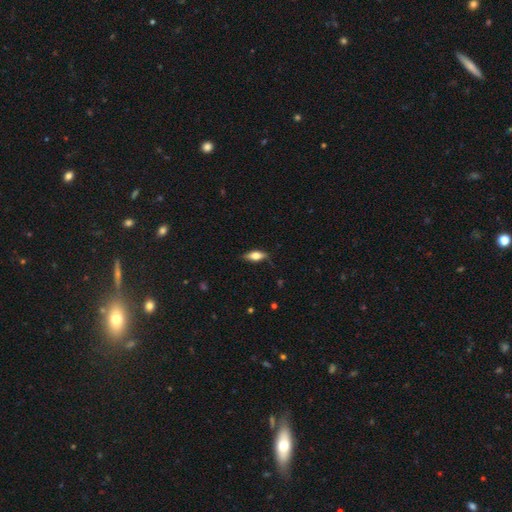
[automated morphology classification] Smooth or featured? Predicted: smooth (p=0.59). How rounded? Predicted: in between (p=0.71). Merging? Predicted: none (p=0.76).